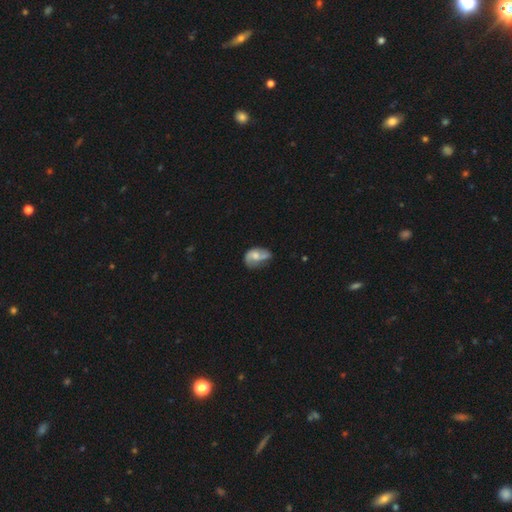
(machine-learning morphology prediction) type=featured or disk (57%); edge-on=no (96%); bar=no (65%); spiral arms=yes (74%); bulge=moderate (56%); merging=none (39%).